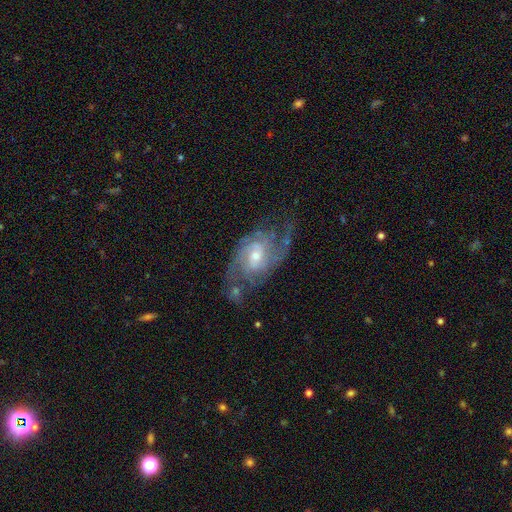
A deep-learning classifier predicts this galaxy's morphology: Smooth or featured: featured or disk — 87% (smooth — 7%)
Edge-on disk: no — 96% (yes — 4%)
Bar: no — 48% (weak — 43%)
Spiral arms: yes — 96% (no — 4%)
Spiral winding: medium — 44% (tight — 39%)
Spiral arm count: 2 — 48% (can't tell — 21%)
Bulge size: moderate — 47% (tied with small — 47%)
Merging: none — 62% (minor disturbance — 20%)